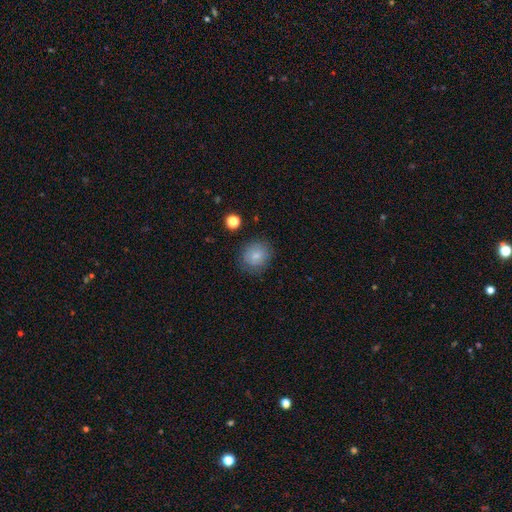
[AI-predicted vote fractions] smooth-or-featured: smooth: 81% | featured or disk: 10% | star or artifact: 9%
  how-rounded: round: 77% | in between: 22% | cigar-shaped: 1%
  merging: none: 81% | minor disturbance: 13% | major disturbance: 4% | merger: 2%